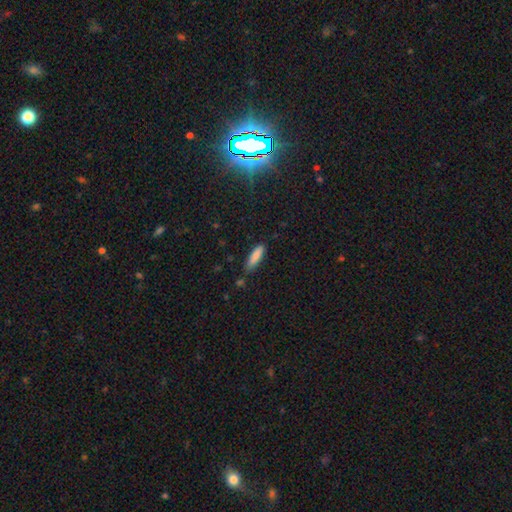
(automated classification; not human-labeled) This appears to be a smooth galaxy with no disk features (85%) that is cigar-shaped (66%). Merging: none (76%).